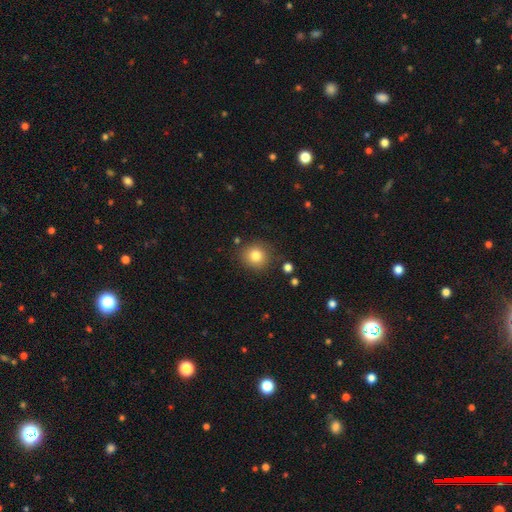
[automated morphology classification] The model was most divided on "smooth or featured": smooth: 81%, star or artifact: 11%, featured or disk: 7%. More confident: how rounded — round (89%); merging — none (84%).